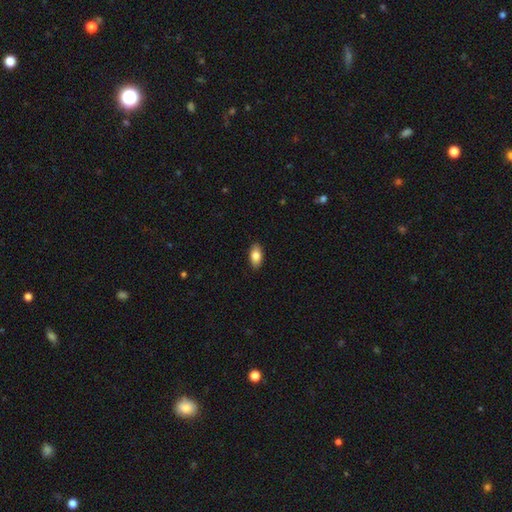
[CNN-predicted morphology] This is clearly a smooth galaxy (82%). How rounded: clearly in between (91%). Merging: clearly none (89%).